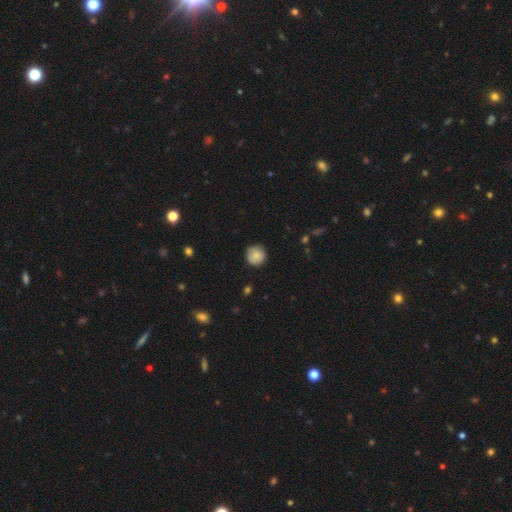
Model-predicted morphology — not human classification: Smooth or featured? smooth (86%)
How rounded? round (94%)
Merging? none (88%)